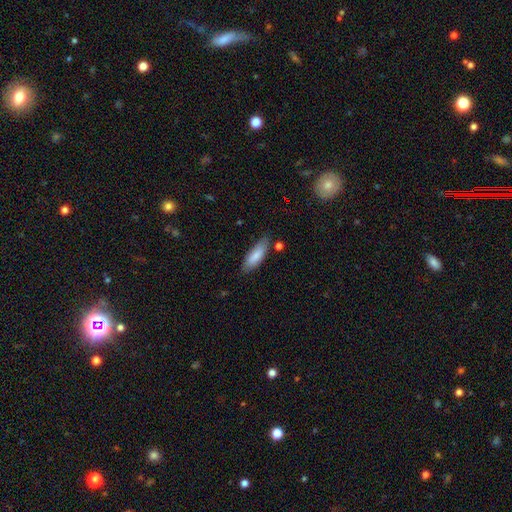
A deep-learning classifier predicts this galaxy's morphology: The model was most divided on "how rounded": in between: 56%, cigar-shaped: 42%, round: 2%. More confident: smooth or featured — smooth (82%); merging — none (76%).